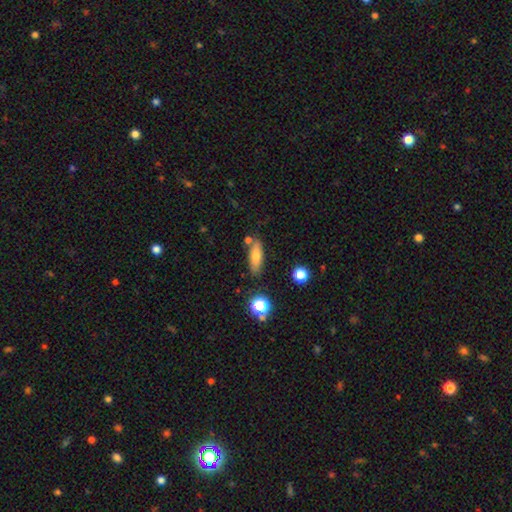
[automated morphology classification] This appears to be a smooth galaxy with no disk features (71%) that is in between round and cigar-shaped (56%). Merging: none (76%).